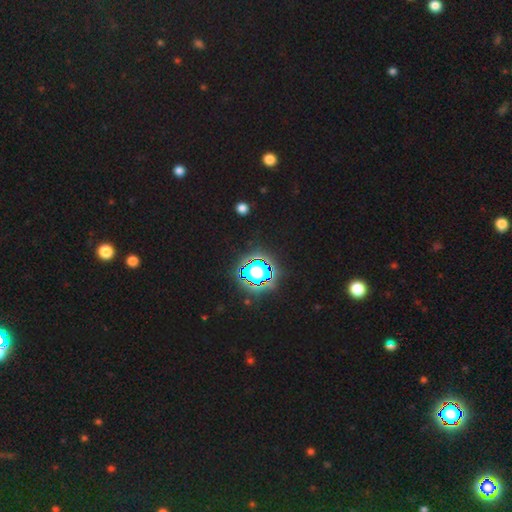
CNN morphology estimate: A star or artifact, not a galaxy (83%).

Vote fractions:
- Smooth or featured? star or artifact: 83% / smooth: 10% / featured or disk: 6%